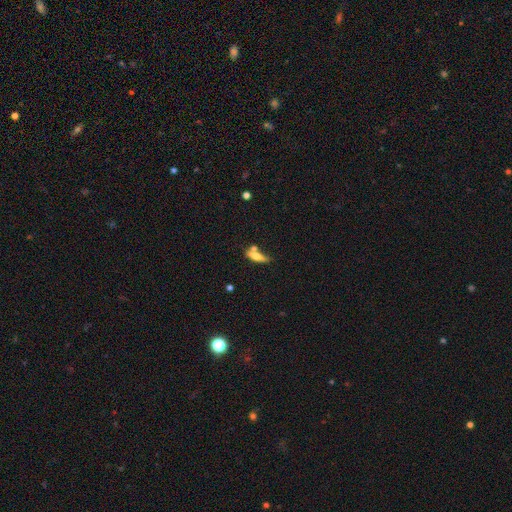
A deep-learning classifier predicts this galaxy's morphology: Smooth or featured? smooth (59%)
How rounded? cigar-shaped (52%)
Merging? none (47%)